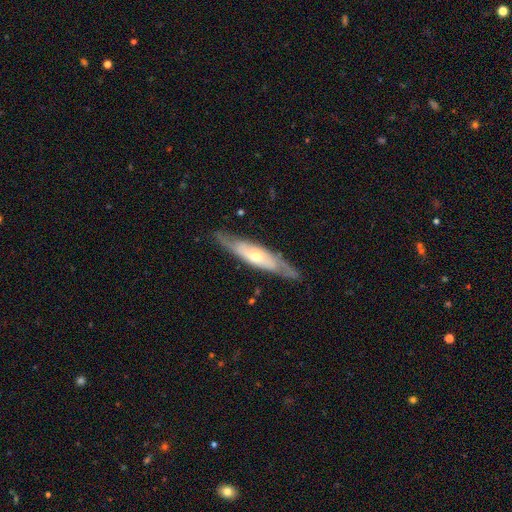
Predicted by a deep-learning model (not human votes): A featured or disk galaxy (69%). Merging: none (80%).